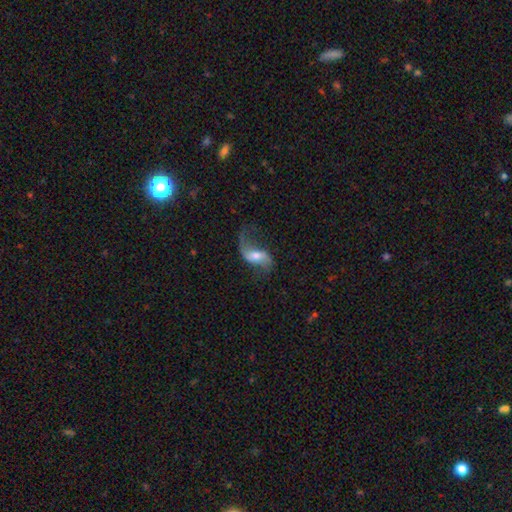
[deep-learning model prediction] This appears to be a featured or disk galaxy (78%) with a weak bar (44%), 2 (88%) loose (88%) spiral arms (93%) and a moderate central bulge (56%). Merging: none (60%).